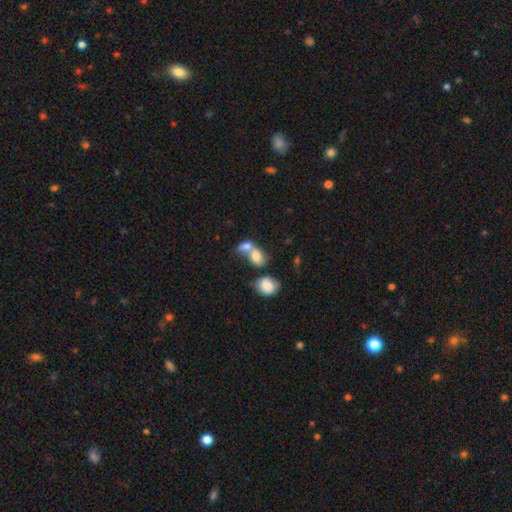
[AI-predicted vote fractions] Q: Smooth or featured?
A: smooth (75%); runner-up: featured or disk (16%)
Q: How rounded?
A: in between (65%); runner-up: round (33%)
Q: Merging?
A: merger (70%); runner-up: none (18%)